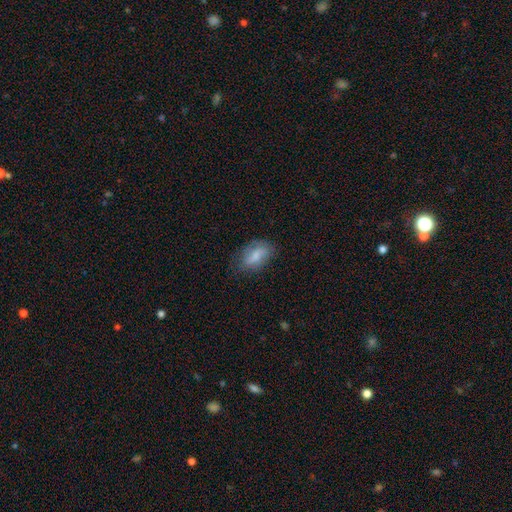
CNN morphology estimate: Overall: smooth (69%). How rounded: in between (89%). Merging: none (66%).